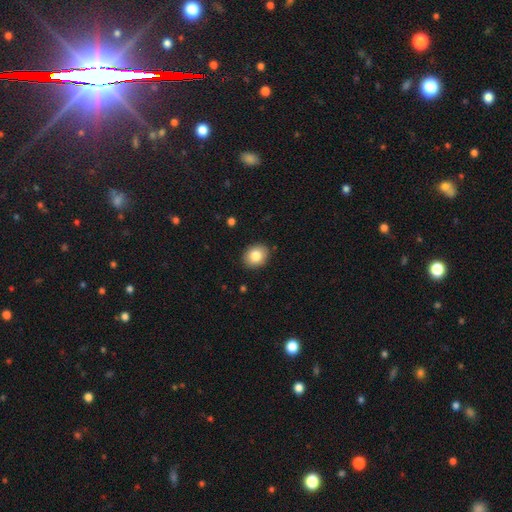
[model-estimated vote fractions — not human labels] Overall: smooth (83%). How rounded: round (53%; in between 46%). Merging: none (89%).